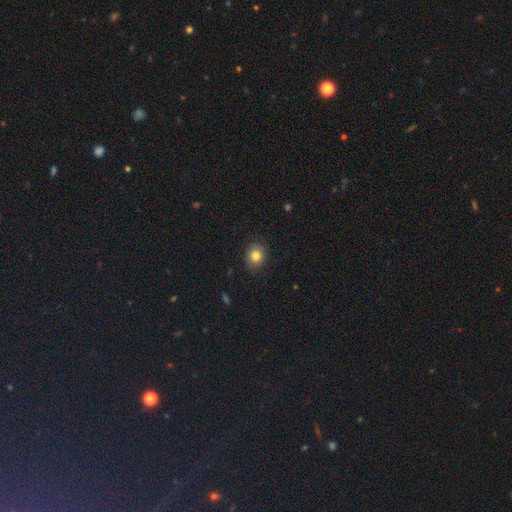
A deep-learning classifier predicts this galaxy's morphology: This appears to be a smooth galaxy with no disk features (82%) that is round (71%). Merging: none (86%).